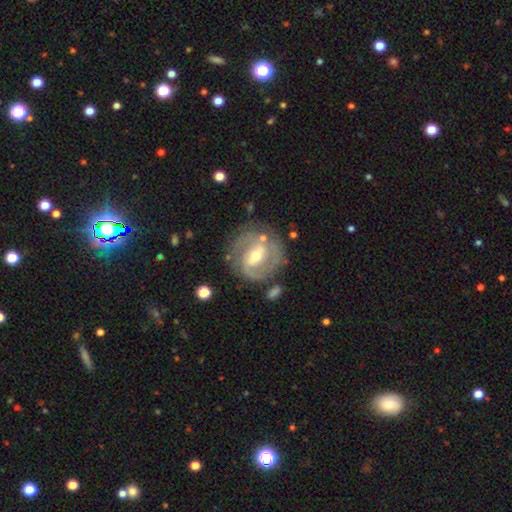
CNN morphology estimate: A featured or disk galaxy (84%) with a weak bar (45%), 2 (75%) tight (51%) spiral arms (90%) and a moderate central bulge (64%). Merging: none (75%).